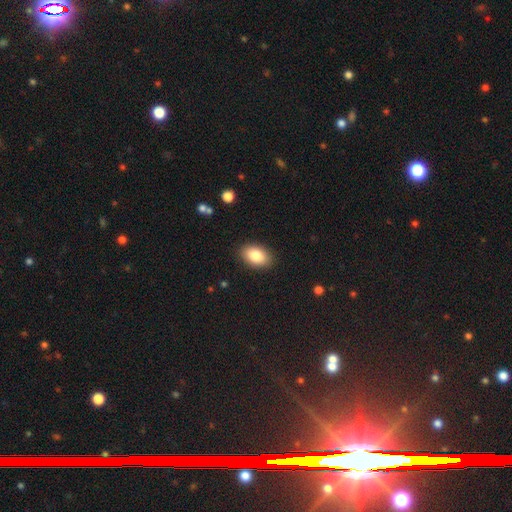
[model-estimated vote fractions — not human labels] Smooth or featured?
  - smooth: 85% *
  - featured or disk: 8%
  - star or artifact: 7%
How rounded?
  - in between: 91% *
  - round: 7%
  - cigar-shaped: 1%
Merging?
  - none: 89% *
  - minor disturbance: 8%
  - major disturbance: 2%
  - merger: 1%